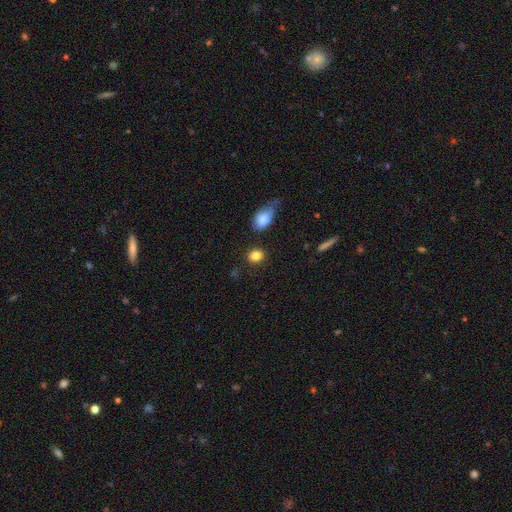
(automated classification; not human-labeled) smooth 85%, star or artifact 10%, featured or disk 6%. Down the decision tree: how rounded — round (62%); merging — none (81%).